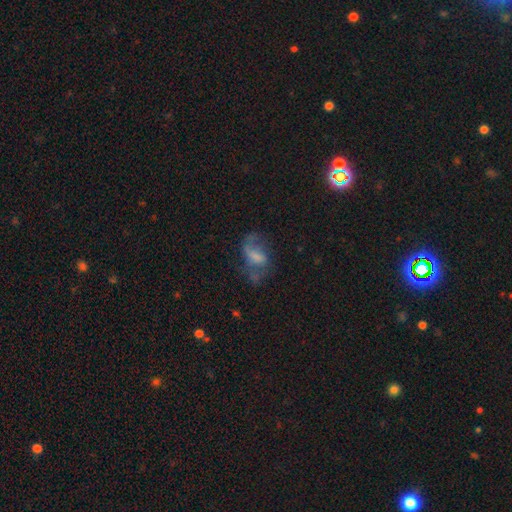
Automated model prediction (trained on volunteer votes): featured or disk 52%, smooth 33%, star or artifact 14%. Down the decision tree: edge-on disk — no (95%); merging — none (43%).